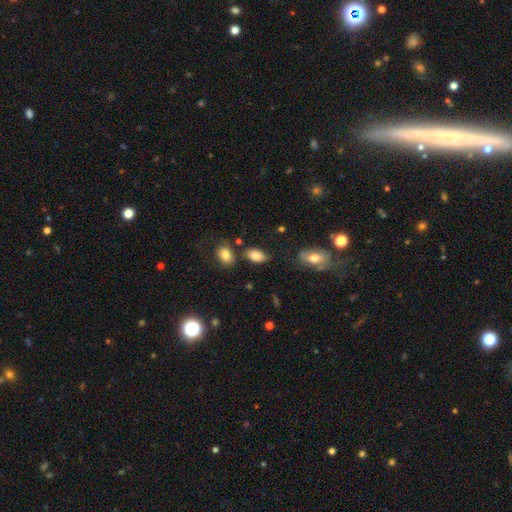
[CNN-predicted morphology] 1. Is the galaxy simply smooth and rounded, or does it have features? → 84% smooth, 8% star or artifact, 8% featured or disk.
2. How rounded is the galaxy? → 92% in between, 6% round, 2% cigar-shaped.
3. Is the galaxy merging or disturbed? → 75% none, 14% minor disturbance, 7% merger, 4% major disturbance.